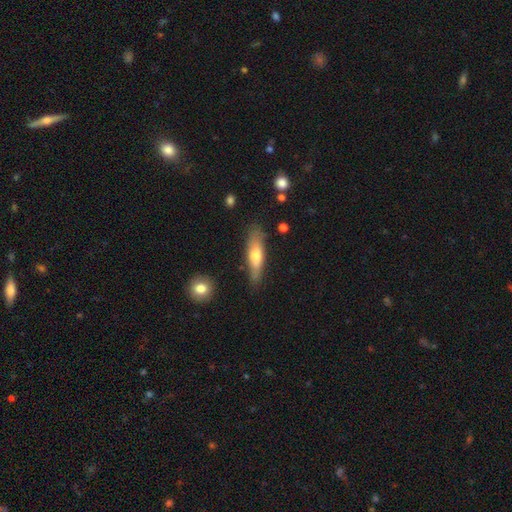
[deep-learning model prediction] smooth 59%, featured or disk 35%, star or artifact 6%. Down the decision tree: how rounded — cigar-shaped (65%); merging — none (74%).